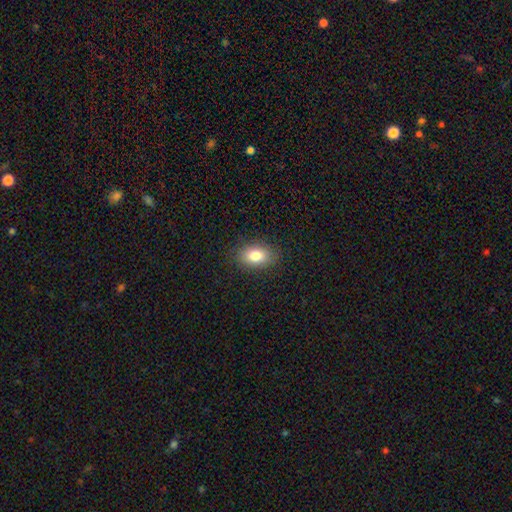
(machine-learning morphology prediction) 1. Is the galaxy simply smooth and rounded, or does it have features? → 82% smooth, 10% featured or disk, 9% star or artifact.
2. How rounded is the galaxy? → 86% in between, 13% round, 2% cigar-shaped.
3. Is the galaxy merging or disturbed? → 86% none, 10% minor disturbance, 3% major disturbance, 1% merger.